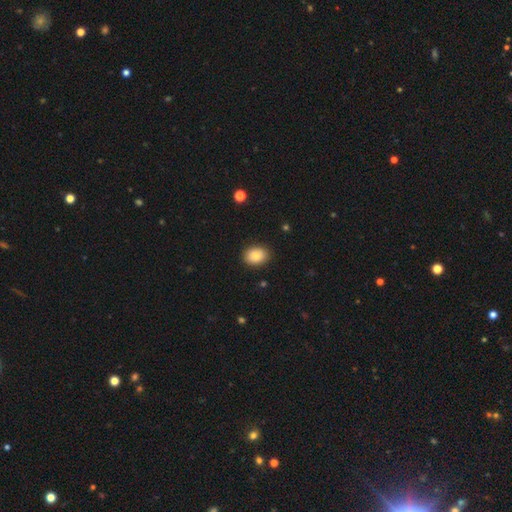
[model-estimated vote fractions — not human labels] This is clearly a smooth galaxy (83%). How rounded: likely in between (63%). Merging: clearly none (89%).